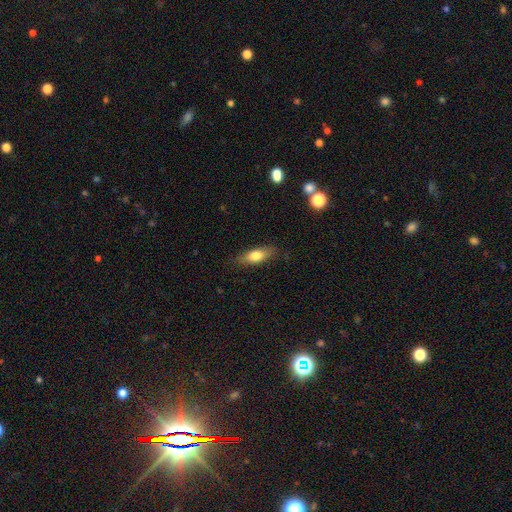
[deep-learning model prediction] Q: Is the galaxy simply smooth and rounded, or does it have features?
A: smooth — 72%.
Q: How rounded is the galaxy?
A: in between — 66%.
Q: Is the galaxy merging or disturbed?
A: none — 81%.